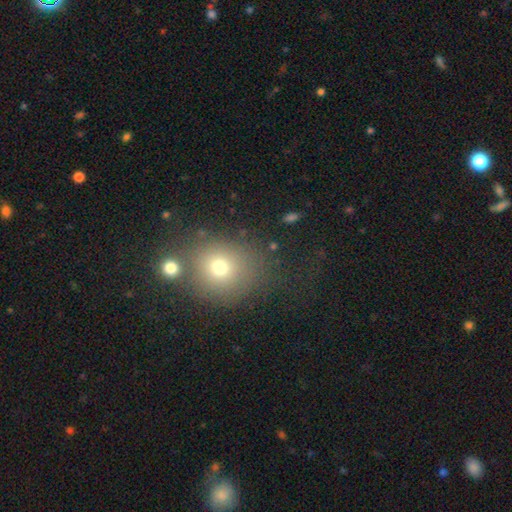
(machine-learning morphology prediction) A smooth galaxy with no disk features (62%) that is round (69%).

Vote fractions:
- Smooth or featured? smooth: 62% / star or artifact: 27% / featured or disk: 11%
- How rounded? round: 69% / in between: 30% / cigar-shaped: 1%
- Merging? none: 70% / minor disturbance: 13% / merger: 11% / major disturbance: 6%